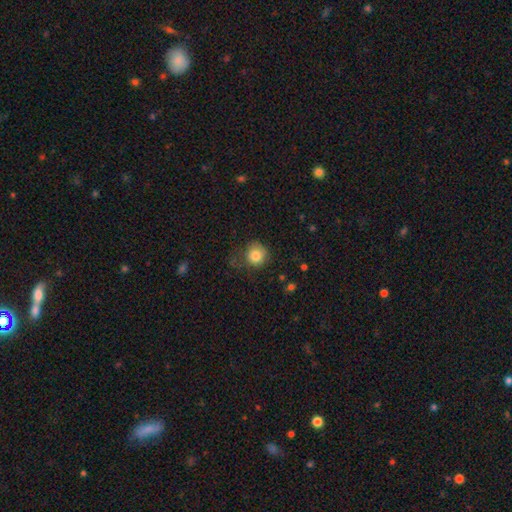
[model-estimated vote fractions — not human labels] smooth-or-featured: smooth: 82% | star or artifact: 10% | featured or disk: 7%
  how-rounded: round: 88% | in between: 11% | cigar-shaped: 1%
  merging: none: 61% | minor disturbance: 24% | major disturbance: 13% | merger: 2%